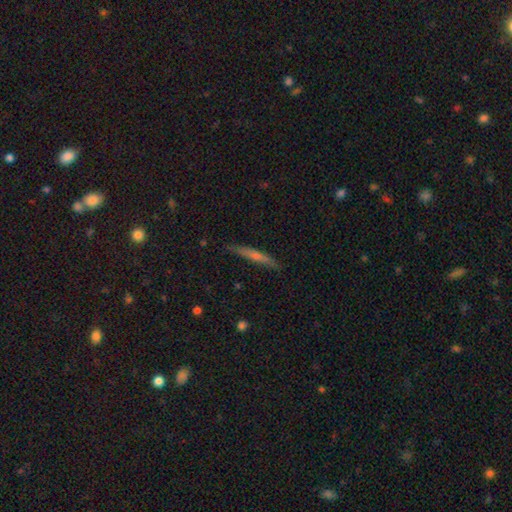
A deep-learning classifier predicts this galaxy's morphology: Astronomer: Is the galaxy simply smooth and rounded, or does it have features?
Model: smooth — 51% (runner-up: featured or disk, 42%).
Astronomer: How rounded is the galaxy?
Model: cigar-shaped — 94%.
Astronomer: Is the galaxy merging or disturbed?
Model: none — 85%.